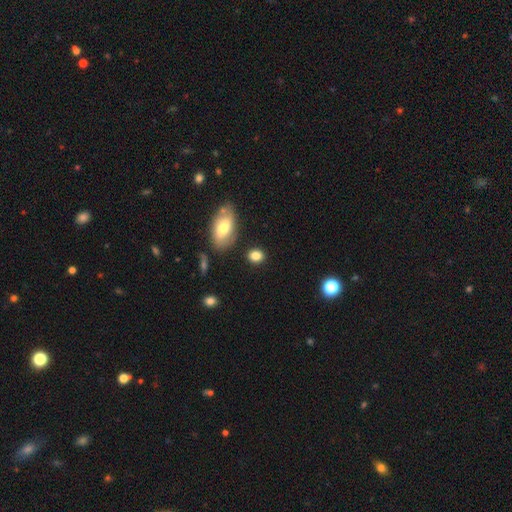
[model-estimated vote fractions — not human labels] The model was most divided on "how rounded": round: 53%, in between: 45%, cigar-shaped: 3%. More confident: smooth or featured — smooth (84%); merging — none (81%).